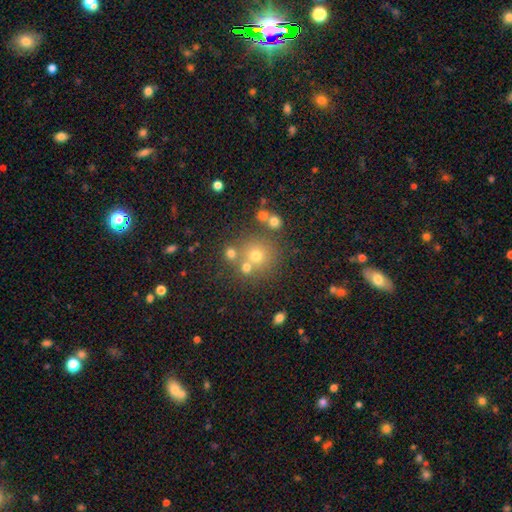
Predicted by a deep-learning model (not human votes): The model was most divided on "smooth or featured": smooth: 62%, star or artifact: 22%, featured or disk: 15%. More confident: how rounded — round (90%); merging — none (65%).